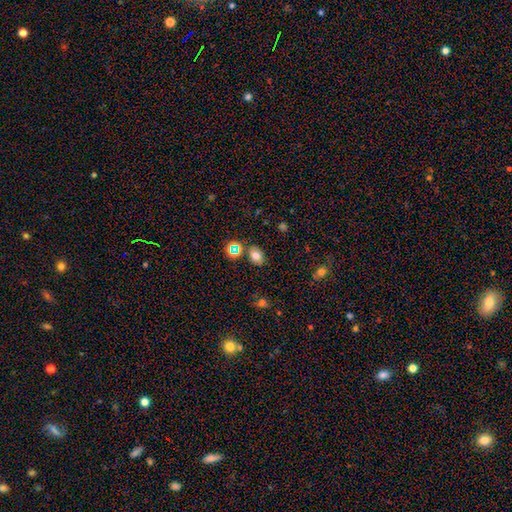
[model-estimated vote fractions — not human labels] Morphology: type=smooth (73%); roundness=in between (67%); merging=none (81%).